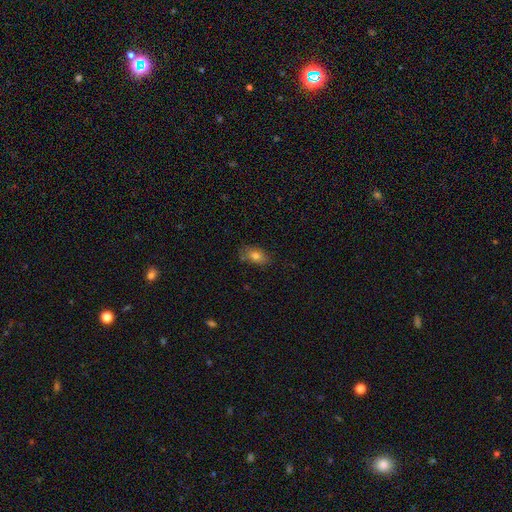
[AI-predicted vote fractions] A smooth galaxy with no disk features (79%) that is in between round and cigar-shaped (88%). Merging: none (73%).